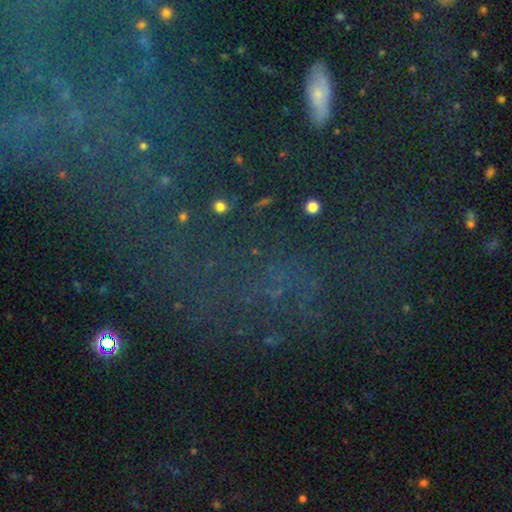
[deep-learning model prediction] smooth-or-featured: star or artifact: 49% | smooth: 27% | featured or disk: 24%